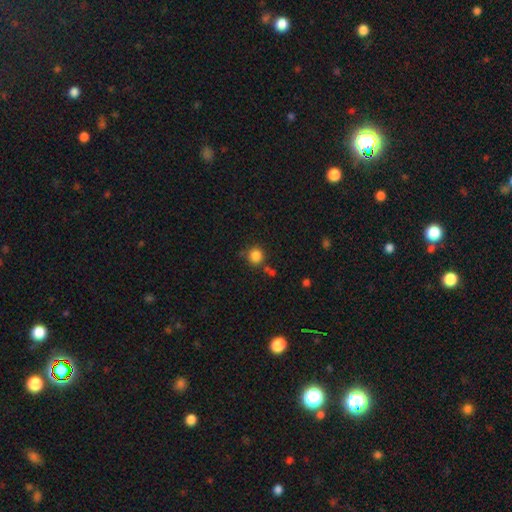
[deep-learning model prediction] Smooth or featured? Predicted: smooth (p=0.85). How rounded? Predicted: round (p=0.92). Merging? Predicted: none (p=0.78).